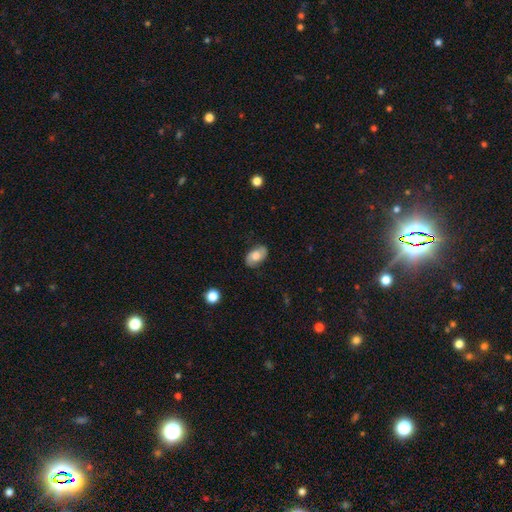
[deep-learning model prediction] This appears to be a smooth galaxy with no disk features (68%) that is in between round and cigar-shaped (92%). Merging: none (79%).